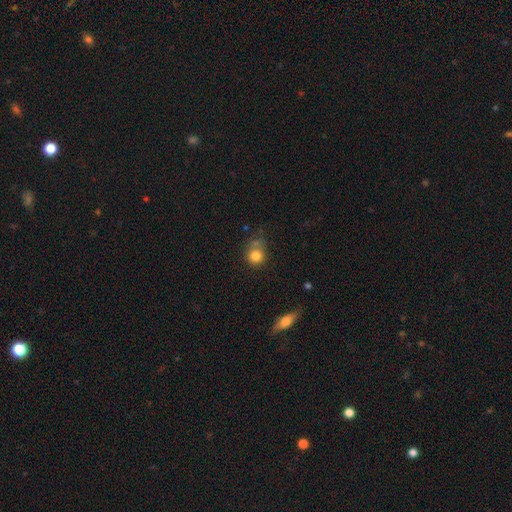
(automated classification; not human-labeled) Smooth or featured? Predicted: smooth (p=0.81). How rounded? Predicted: round (p=0.83). Merging? Predicted: none (p=0.54).